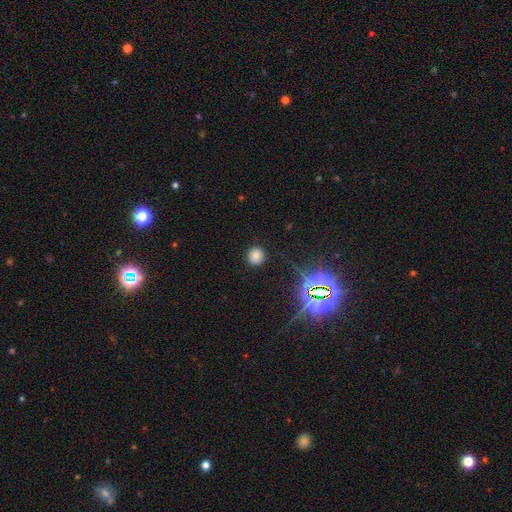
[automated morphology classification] A smooth galaxy with no disk features (74%) that is round (89%).

Vote fractions:
- Smooth or featured? smooth: 74% / star or artifact: 19% / featured or disk: 6%
- How rounded? round: 89% / in between: 10% / cigar-shaped: 1%
- Merging? none: 89% / minor disturbance: 7% / major disturbance: 3% / merger: 1%